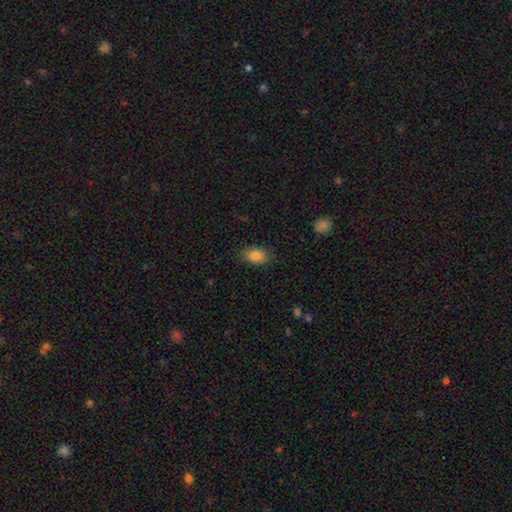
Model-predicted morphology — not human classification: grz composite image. It shows a smooth galaxy with no disk features (86%) that is in between round and cigar-shaped (88%). Merging: none (84%).